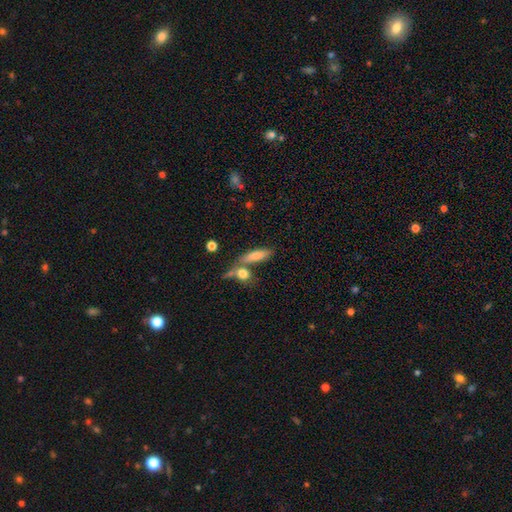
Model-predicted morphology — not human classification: A smooth galaxy with no disk features (76%) that is cigar-shaped (50%).

Vote fractions:
- Smooth or featured? smooth: 76% / featured or disk: 17% / star or artifact: 8%
- How rounded? cigar-shaped: 50% / in between: 44% / round: 6%
- Merging? none: 56% / merger: 27% / minor disturbance: 12% / major disturbance: 5%